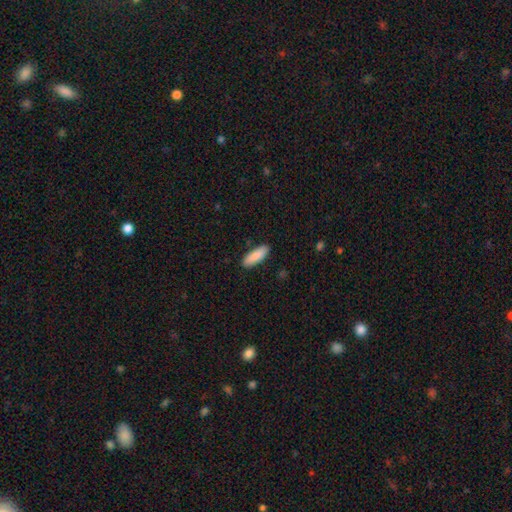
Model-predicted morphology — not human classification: Smooth or featured? Predicted: smooth (p=0.89). How rounded? Predicted: in between (p=0.50). Merging? Predicted: none (p=0.88).